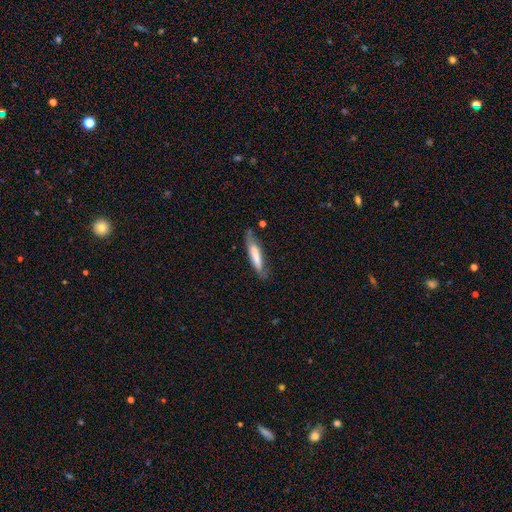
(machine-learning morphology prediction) The model was most divided on "merging": none: 62%, minor disturbance: 27%, major disturbance: 8%, merger: 3%. More confident: how rounded — cigar-shaped (81%); smooth or featured — smooth (68%).